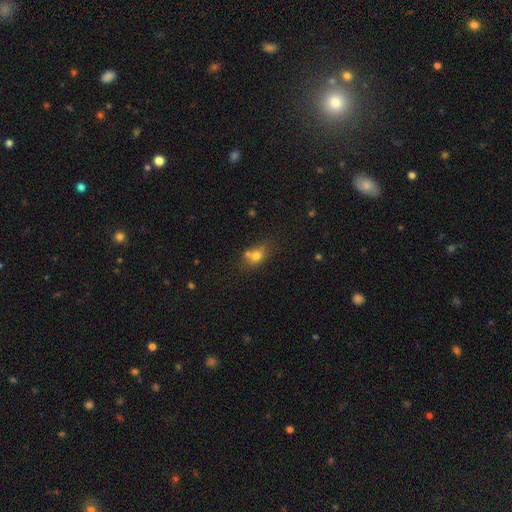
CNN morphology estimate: The model was most divided on "how rounded": in between: 53%, round: 44%, cigar-shaped: 2%. Remaining: smooth or featured — smooth (72%); merging — none (45%).